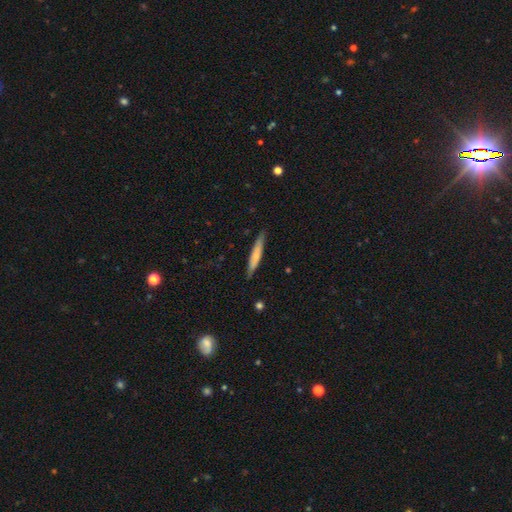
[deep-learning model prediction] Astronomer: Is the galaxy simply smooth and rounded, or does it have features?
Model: smooth — 65%.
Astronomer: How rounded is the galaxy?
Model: cigar-shaped — 92%.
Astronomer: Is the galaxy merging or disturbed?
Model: none — 84%.